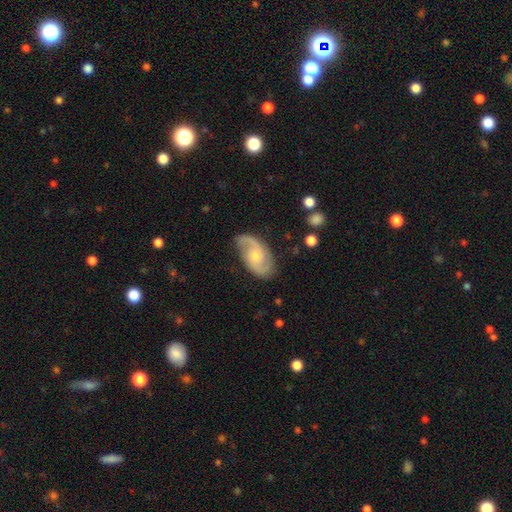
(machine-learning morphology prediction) Overall: featured or disk (83%). Edge-on disk: no (97%). Bar: no (62%; weak 33%). Spiral arms: yes (96%). Spiral arm count: 2 (89%). Spiral winding: medium (51%; tight 25%). Bulge size: small (48%; moderate 45%). Merging: none (78%).